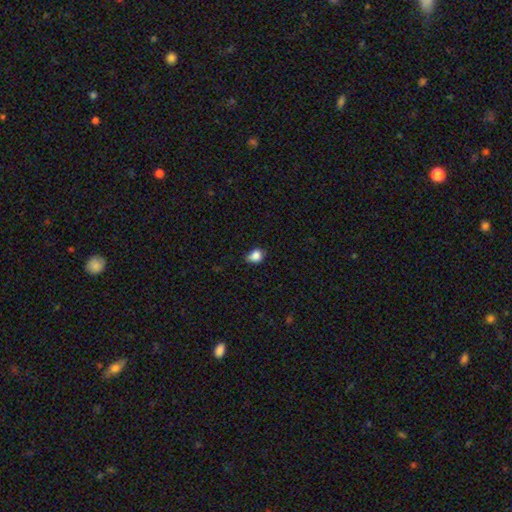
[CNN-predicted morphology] Smooth or featured? Predicted: smooth (p=0.85). How rounded? Predicted: round (p=0.55). Merging? Predicted: none (p=0.52).